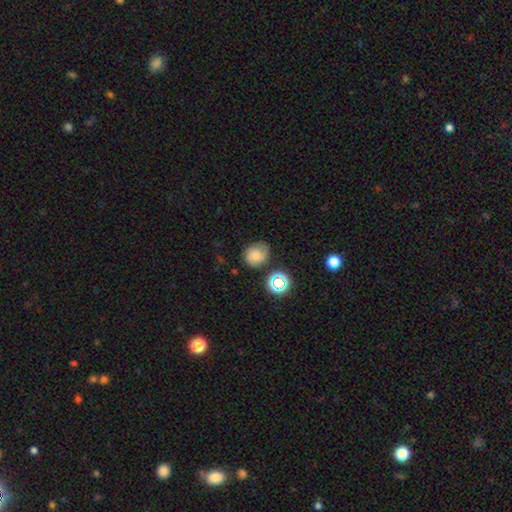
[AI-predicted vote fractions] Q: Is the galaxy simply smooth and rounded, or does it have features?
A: smooth — 64%.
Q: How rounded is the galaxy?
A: round — 71%.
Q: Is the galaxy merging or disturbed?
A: none — 64%.